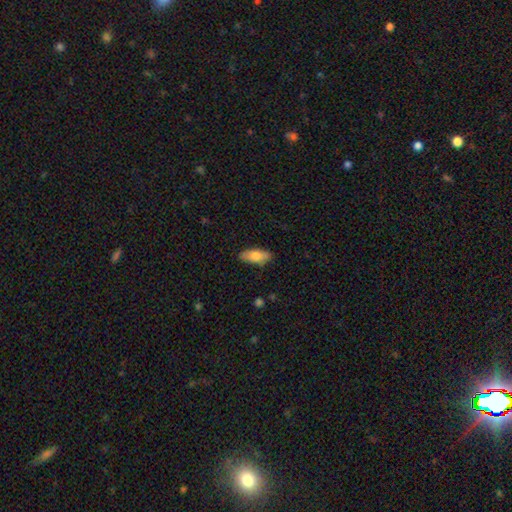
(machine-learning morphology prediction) A smooth galaxy with no disk features (77%) that is in between round and cigar-shaped (77%).

Vote fractions:
- Smooth or featured? smooth: 77% / featured or disk: 17% / star or artifact: 6%
- How rounded? in between: 77% / cigar-shaped: 21% / round: 2%
- Merging? none: 85% / minor disturbance: 11% / major disturbance: 2% / merger: 1%